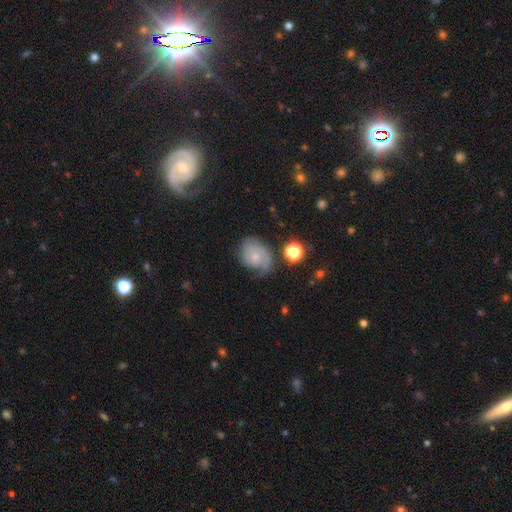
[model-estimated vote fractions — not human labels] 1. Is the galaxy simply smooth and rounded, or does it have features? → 62% featured or disk, 29% smooth, 9% star or artifact.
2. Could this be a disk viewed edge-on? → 97% no, 3% yes.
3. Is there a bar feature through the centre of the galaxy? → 75% no, 22% weak, 3% strong.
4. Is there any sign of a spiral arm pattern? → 90% yes, 10% no.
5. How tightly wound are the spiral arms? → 45% tight, 37% medium, 18% loose.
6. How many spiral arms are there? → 37% 2, 29% 1, 22% can't tell, 7% 3, 2% 4, 2% more than 4.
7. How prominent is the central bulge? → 56% small, 30% moderate, 9% none, 3% large, 1% dominant.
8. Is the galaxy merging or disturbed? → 56% none, 26% minor disturbance, 15% major disturbance, 3% merger.